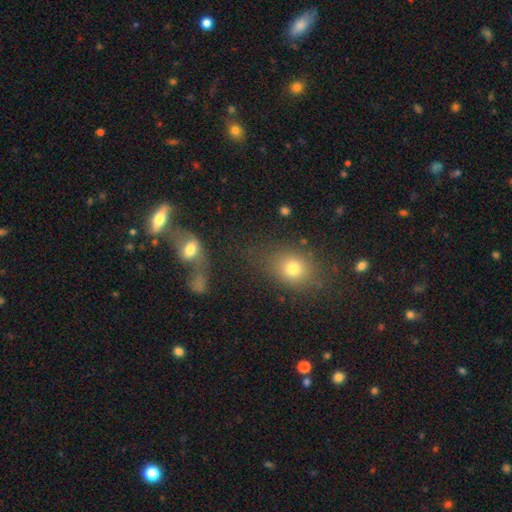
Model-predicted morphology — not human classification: This is likely a smooth galaxy (63%). How rounded: possibly in between (52%). Merging: likely none (77%).